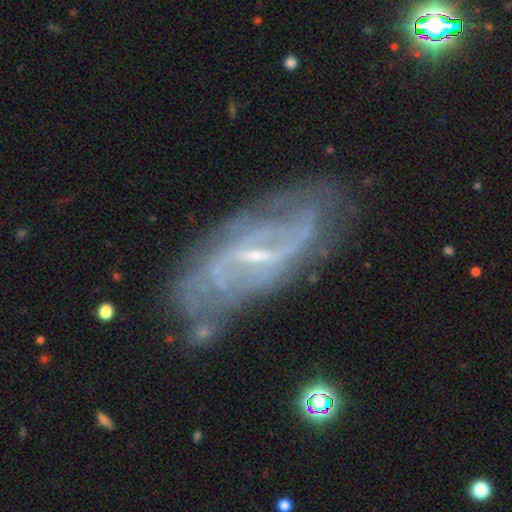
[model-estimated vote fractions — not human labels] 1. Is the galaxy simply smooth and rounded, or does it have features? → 82% featured or disk, 10% smooth, 8% star or artifact.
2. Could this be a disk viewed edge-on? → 88% no, 12% yes.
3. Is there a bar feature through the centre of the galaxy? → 48% weak, 35% strong, 18% no.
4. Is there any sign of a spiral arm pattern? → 84% yes, 16% no.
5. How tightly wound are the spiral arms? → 38% medium, 34% loose, 28% tight.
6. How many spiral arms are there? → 50% 2, 32% can't tell, 6% 3, 4% 1, 4% 4, 3% more than 4.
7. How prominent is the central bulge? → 70% small, 17% moderate, 11% none, 1% large, 1% dominant.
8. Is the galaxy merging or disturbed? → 69% none, 20% minor disturbance, 8% major disturbance, 3% merger.